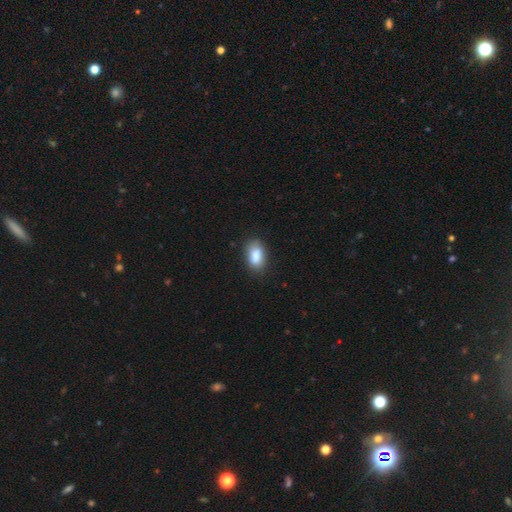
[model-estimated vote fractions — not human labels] A smooth galaxy with no disk features (84%) that is in between round and cigar-shaped (89%). Merging: none (75%).